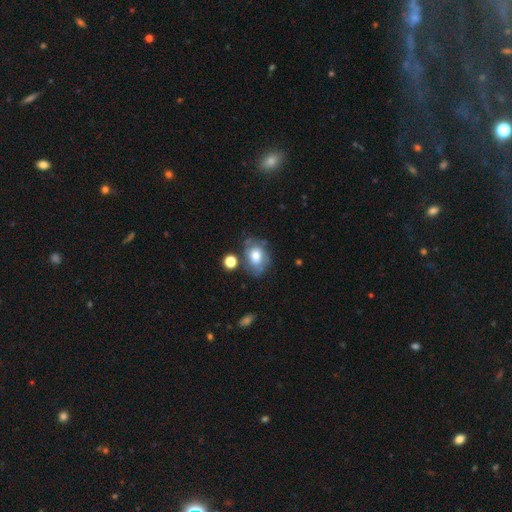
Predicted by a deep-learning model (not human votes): Smooth or featured? Predicted: smooth (p=0.53). How rounded? Predicted: in between (p=0.67). Merging? Predicted: none (p=0.52).